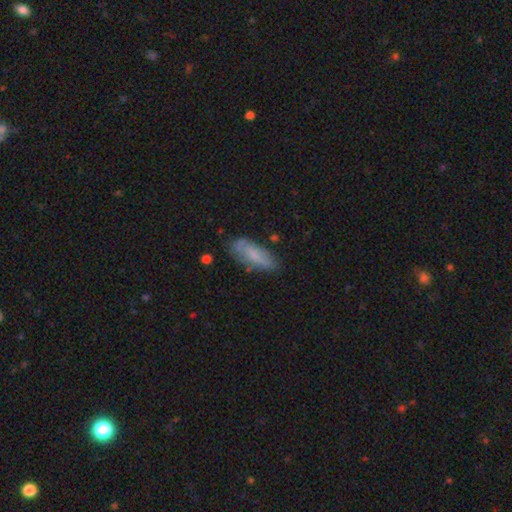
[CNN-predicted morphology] The model was most divided on "merging": none: 65%, minor disturbance: 25%, major disturbance: 7%, merger: 3%. More confident: how rounded — in between (69%); smooth or featured — smooth (67%).